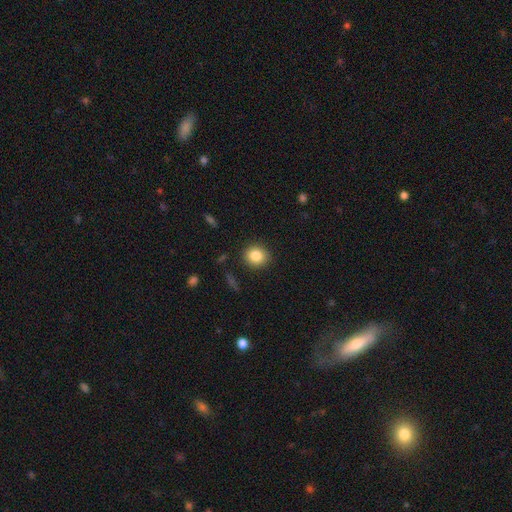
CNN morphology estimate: Q: Smooth or featured?
A: smooth (84%); runner-up: star or artifact (10%)
Q: How rounded?
A: round (80%); runner-up: in between (19%)
Q: Merging?
A: none (89%); runner-up: minor disturbance (8%)